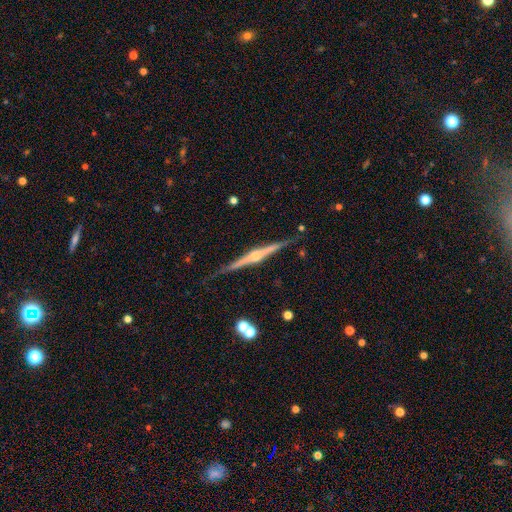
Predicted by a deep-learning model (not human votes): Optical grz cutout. It shows a featured or disk galaxy (87%) viewed edge-on (98%) with a rounded central bulge (90%). Merging: none (86%).